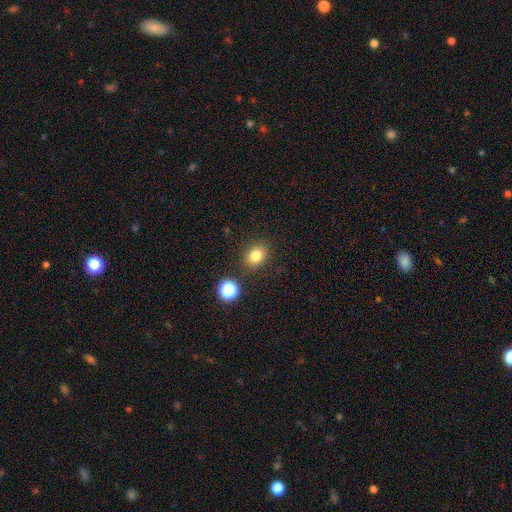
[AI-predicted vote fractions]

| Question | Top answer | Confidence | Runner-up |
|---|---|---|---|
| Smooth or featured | smooth | 80% | star or artifact (13%) |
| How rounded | round | 50% | in between (49%) |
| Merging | none | 85% | minor disturbance (9%) |